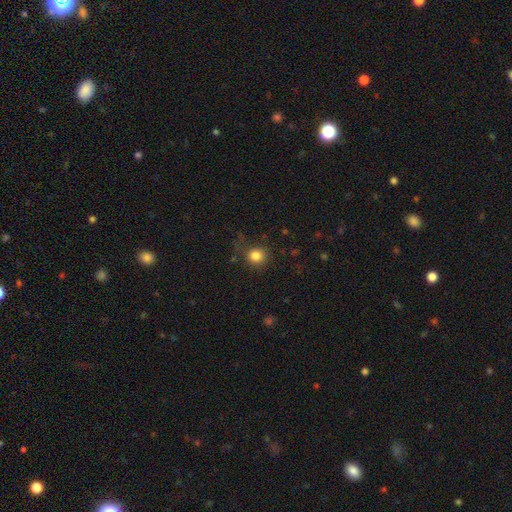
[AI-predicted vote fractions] Overall: smooth (84%). How rounded: round (88%). Merging: none (77%).